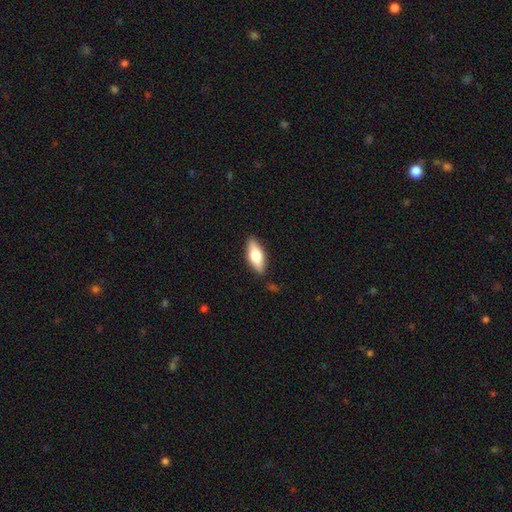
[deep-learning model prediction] Smooth or featured: smooth — 66% (featured or disk — 28%)
How rounded: in between — 75% (cigar-shaped — 23%)
Merging: none — 86% (minor disturbance — 10%)